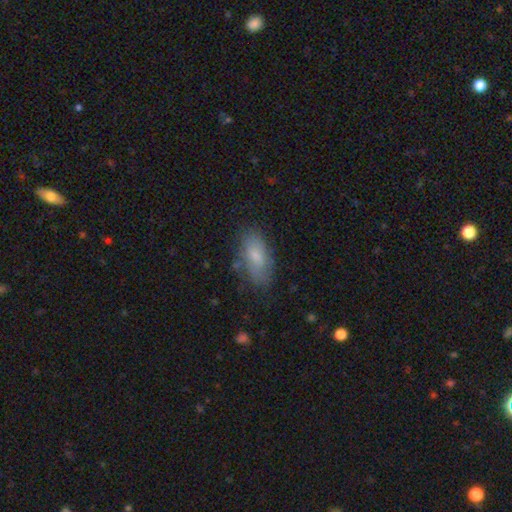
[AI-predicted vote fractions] A smooth galaxy with no disk features (75%) that is in between round and cigar-shaped (87%). Merging: none (70%).